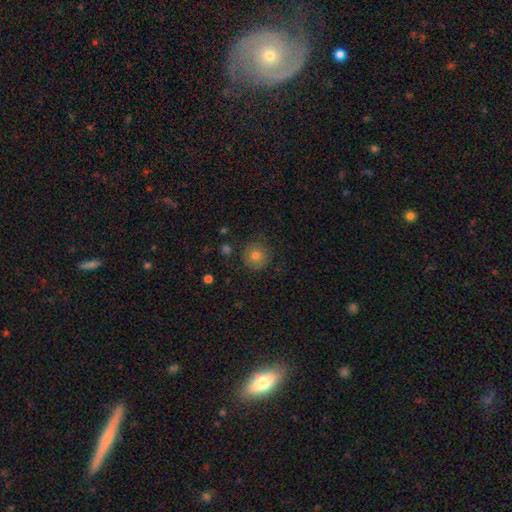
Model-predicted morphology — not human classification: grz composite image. It shows a smooth galaxy with no disk features (77%) that is round (94%). Merging: none (85%).